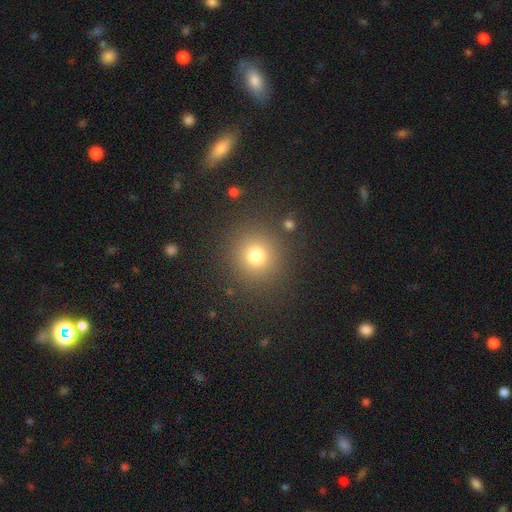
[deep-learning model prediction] The model was most divided on "smooth or featured": smooth: 76%, star or artifact: 17%, featured or disk: 8%. More confident: how rounded — round (93%); merging — none (87%).